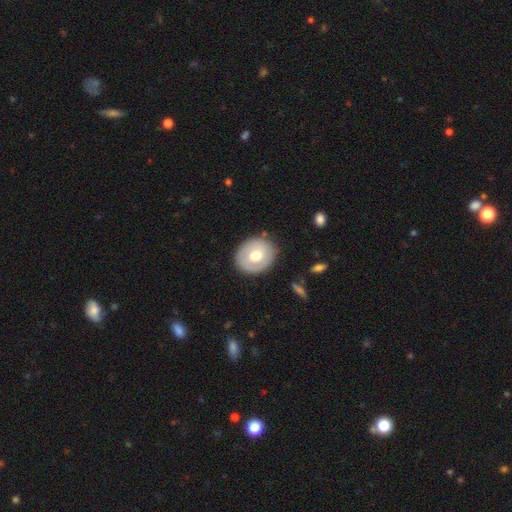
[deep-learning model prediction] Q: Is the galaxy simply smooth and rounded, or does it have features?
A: smooth — 59%.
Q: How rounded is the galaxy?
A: round — 74%.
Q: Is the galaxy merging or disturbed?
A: none — 84%.